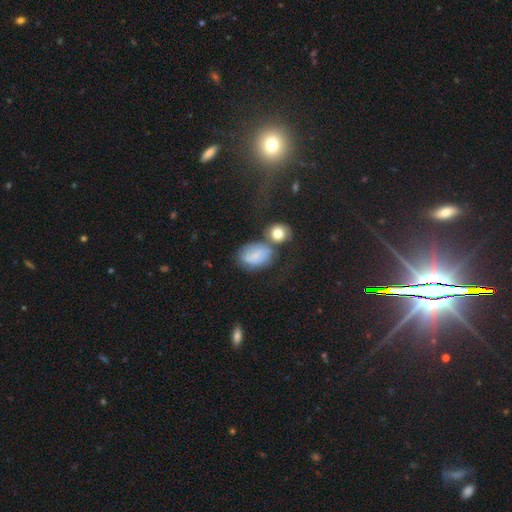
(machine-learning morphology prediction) smooth_or_featured: smooth (p=0.64) [alt: featured or disk p=0.26]
how_rounded: in between (p=0.78) [alt: round p=0.20]
merging: none (p=0.40) [alt: merger p=0.26]